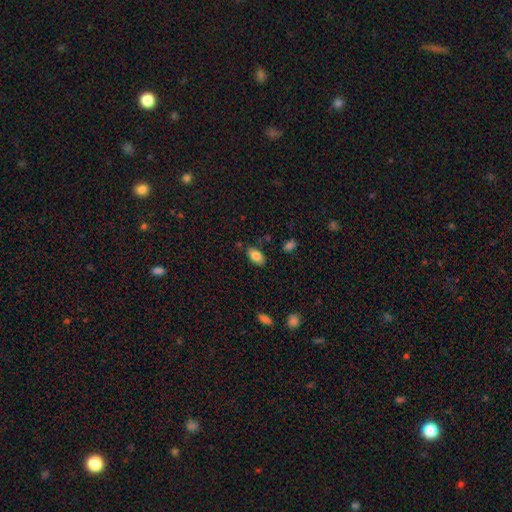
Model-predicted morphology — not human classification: This appears to be a smooth galaxy with no disk features (82%) that is in between round and cigar-shaped (93%). Merging: none (79%).